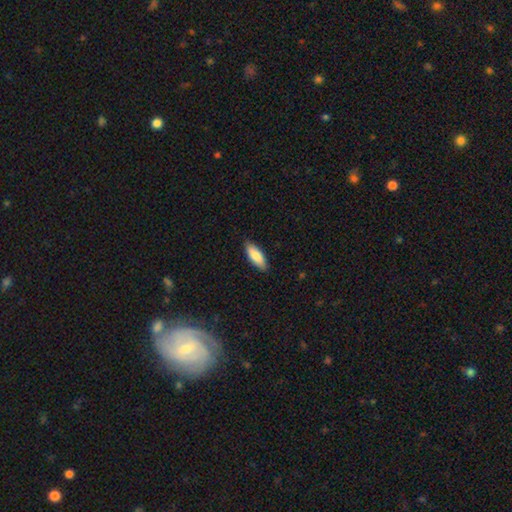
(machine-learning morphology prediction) smooth_or_featured: smooth (p=0.82) [alt: featured or disk p=0.12]
how_rounded: in between (p=0.69) [alt: cigar-shaped p=0.29]
merging: none (p=0.87) [alt: minor disturbance p=0.10]